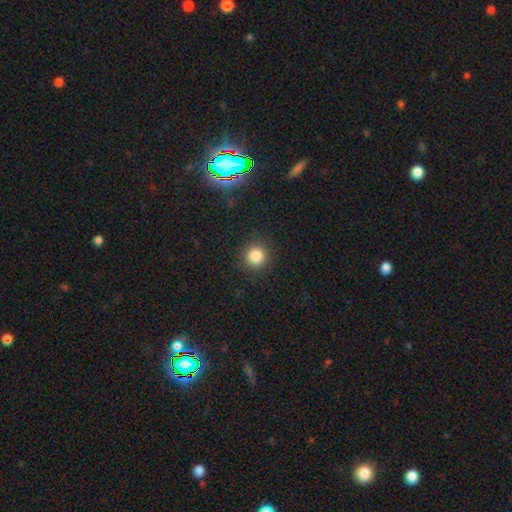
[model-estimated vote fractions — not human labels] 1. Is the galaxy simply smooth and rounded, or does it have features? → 83% smooth, 12% star or artifact, 5% featured or disk.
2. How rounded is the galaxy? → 93% round, 6% in between, 1% cigar-shaped.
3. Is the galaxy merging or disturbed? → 90% none, 6% minor disturbance, 2% major disturbance, 1% merger.